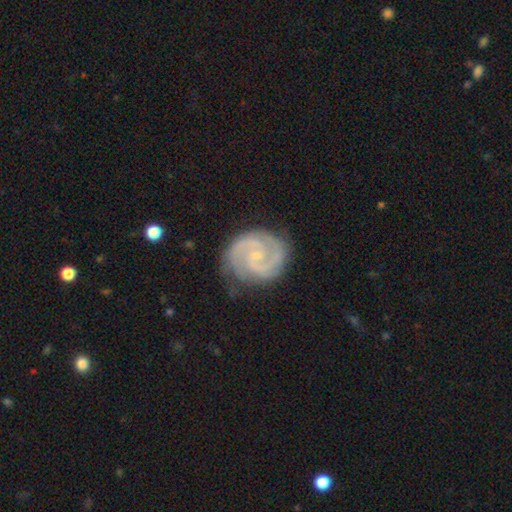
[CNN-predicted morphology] The model was most divided on "bar": no: 56%, weak: 36%, strong: 9%. More confident: spiral arms — yes (99%); edge-on disk — no (98%); smooth or featured — featured or disk (92%); spiral arm count — 2 (89%); merging — none (81%); bulge size — small (76%); spiral winding — tight (60%).